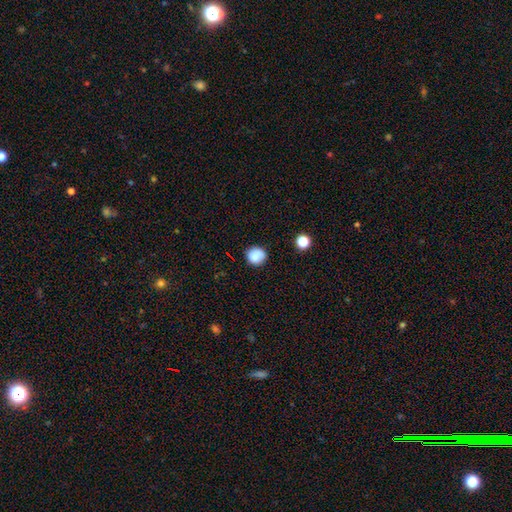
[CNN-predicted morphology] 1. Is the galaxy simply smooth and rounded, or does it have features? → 85% smooth, 10% star or artifact, 6% featured or disk.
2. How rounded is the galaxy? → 90% round, 9% in between, 1% cigar-shaped.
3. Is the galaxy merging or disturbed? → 82% none, 13% minor disturbance, 3% major disturbance, 2% merger.